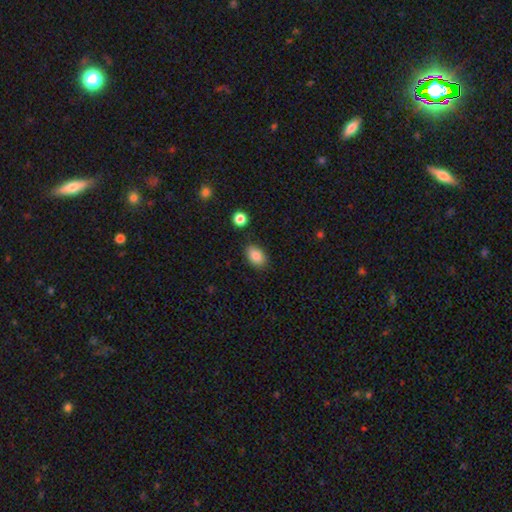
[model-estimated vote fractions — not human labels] This appears to be a smooth galaxy with no disk features (87%) that is in between round and cigar-shaped (84%). Merging: none (83%).